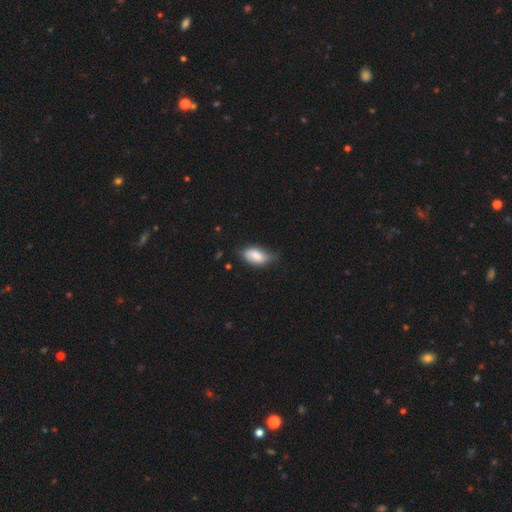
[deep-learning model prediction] Overall: smooth (80%). How rounded: in between (91%). Merging: none (58%; minor disturbance 34%).